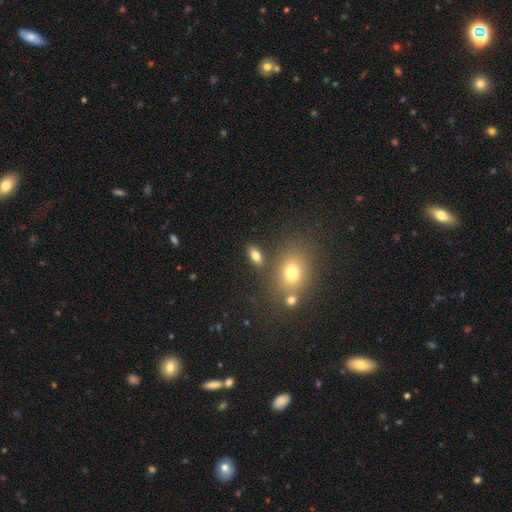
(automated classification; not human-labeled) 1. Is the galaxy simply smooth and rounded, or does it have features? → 74% smooth, 15% featured or disk, 11% star or artifact.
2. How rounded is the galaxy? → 82% in between, 9% round, 9% cigar-shaped.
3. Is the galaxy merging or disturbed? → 79% none, 10% minor disturbance, 7% merger, 4% major disturbance.